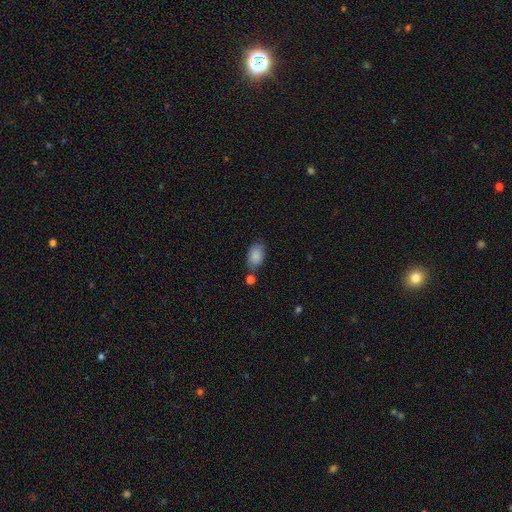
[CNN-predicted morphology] Smooth or featured? smooth (87%)
How rounded? in between (91%)
Merging? none (69%)